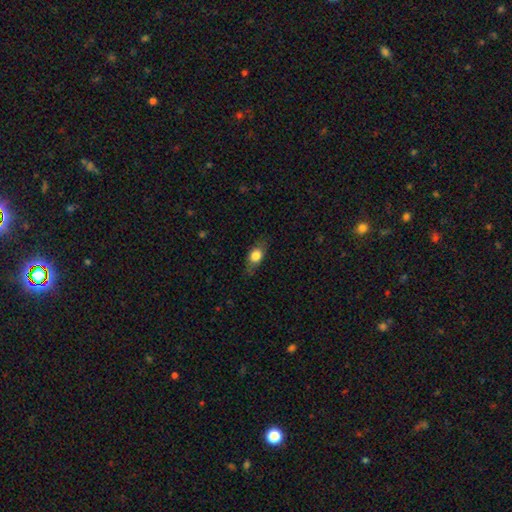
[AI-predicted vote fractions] smooth-or-featured: smooth: 72% | featured or disk: 20% | star or artifact: 7%
  how-rounded: in between: 71% | round: 18% | cigar-shaped: 11%
  merging: none: 74% | minor disturbance: 19% | major disturbance: 6% | merger: 1%